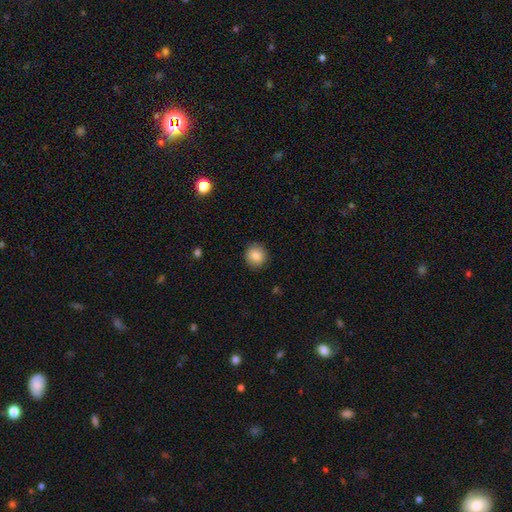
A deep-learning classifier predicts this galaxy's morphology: The model was most divided on "smooth or featured": smooth: 85%, star or artifact: 9%, featured or disk: 6%. More confident: merging — none (91%); how rounded — round (90%).